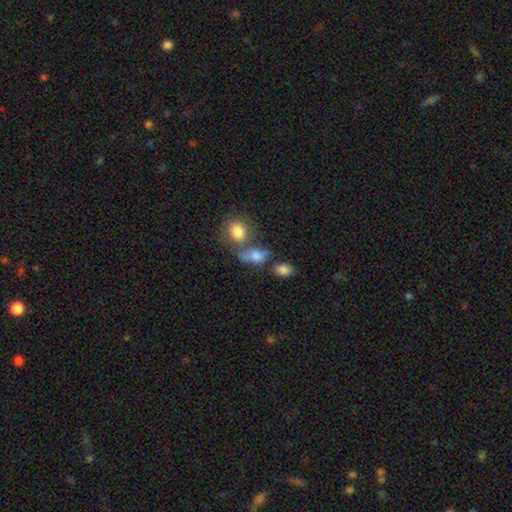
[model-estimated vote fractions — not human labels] This appears to be a smooth galaxy with no disk features (70%) that is in between round and cigar-shaped (70%). Merging: none (41%).